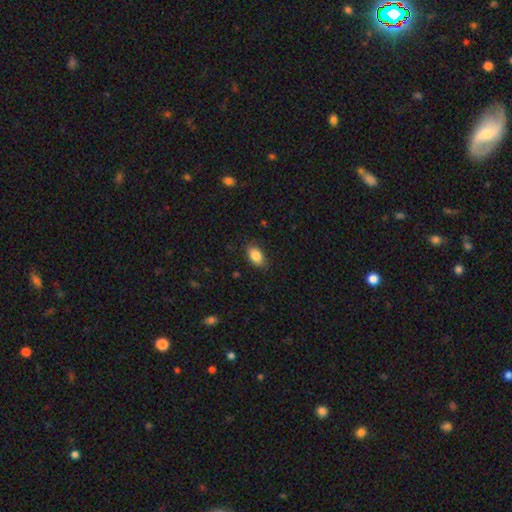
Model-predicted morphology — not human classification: The model was most divided on "merging": none: 85%, minor disturbance: 12%, major disturbance: 3%, merger: 1%. More confident: how rounded — in between (90%); smooth or featured — smooth (86%).